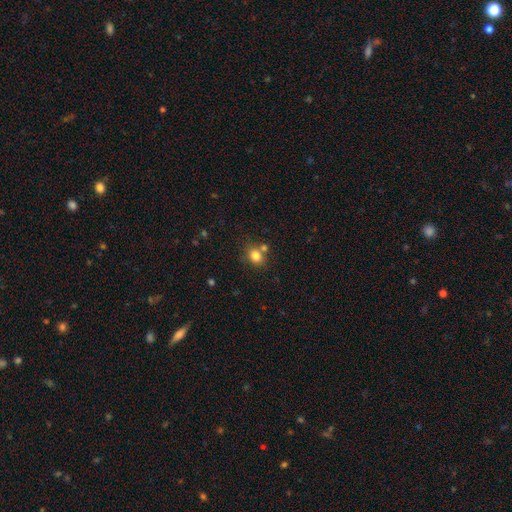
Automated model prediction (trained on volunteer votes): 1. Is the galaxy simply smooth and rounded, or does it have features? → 81% smooth, 12% star or artifact, 7% featured or disk.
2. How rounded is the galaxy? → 64% round, 35% in between, 1% cigar-shaped.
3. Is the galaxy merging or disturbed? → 66% none, 19% merger, 12% minor disturbance, 3% major disturbance.